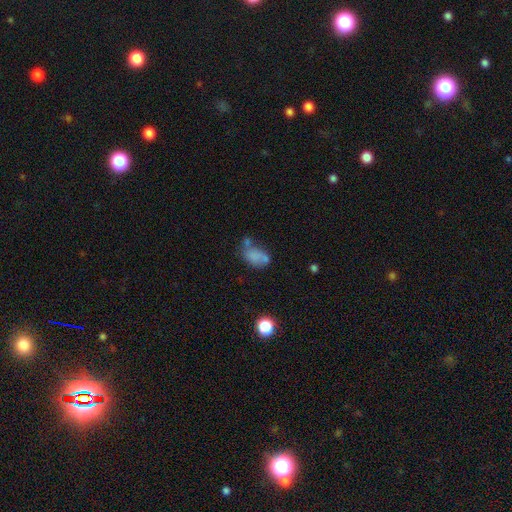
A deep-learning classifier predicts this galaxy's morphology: This appears to be a smooth galaxy with no disk features (65%) that is in between round and cigar-shaped (86%). Merging: none (30%).